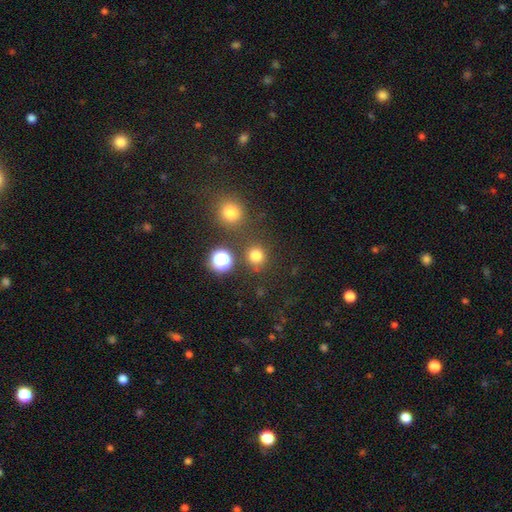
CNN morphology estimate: Smooth or featured?
  - smooth: 75% *
  - star or artifact: 20%
  - featured or disk: 5%
How rounded?
  - round: 91% *
  - in between: 8%
  - cigar-shaped: 1%
Merging?
  - none: 80% *
  - minor disturbance: 8%
  - merger: 8%
  - major disturbance: 4%